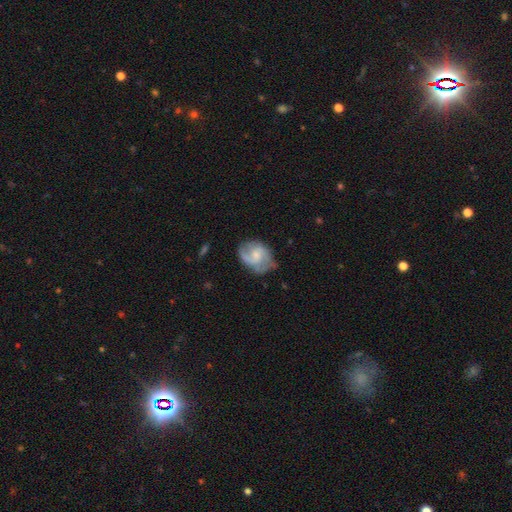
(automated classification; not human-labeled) Smooth or featured?
  - featured or disk: 74% *
  - smooth: 21%
  - star or artifact: 6%
Edge-on disk?
  - no: 98% *
  - yes: 2%
Bar?
  - no: 53% *
  - weak: 41%
  - strong: 5%
Spiral arms?
  - yes: 93% *
  - no: 7%
Spiral winding?
  - medium: 50% *
  - loose: 28%
  - tight: 23%
Spiral arm count?
  - 2: 71% *
  - can't tell: 11%
  - 3: 9%
  - 1: 5%
  - 4: 2%
  - more than 4: 2%
Bulge size?
  - small: 51% *
  - moderate: 35%
  - none: 11%
  - large: 3%
  - dominant: 1%
Merging?
  - none: 64% *
  - minor disturbance: 24%
  - major disturbance: 10%
  - merger: 2%